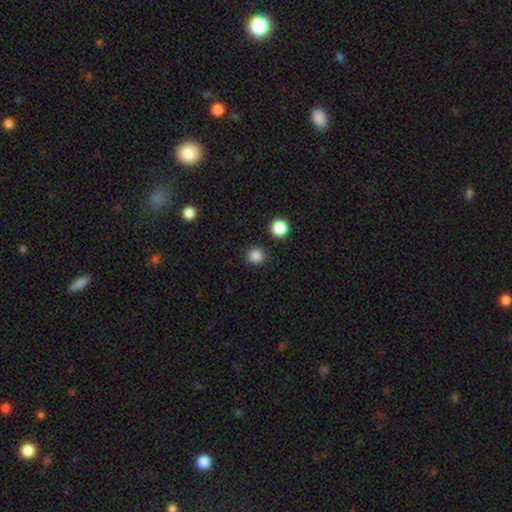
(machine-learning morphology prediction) smooth 85%, star or artifact 12%, featured or disk 3%. Down the decision tree: how rounded — round (91%); merging — none (88%).